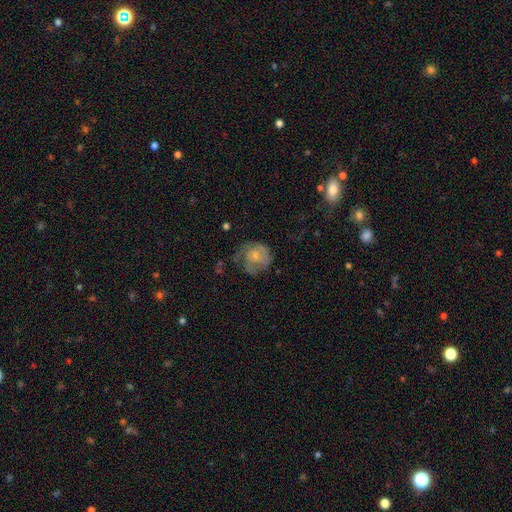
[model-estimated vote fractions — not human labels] The model was most divided on "bulge size": small: 46%, moderate: 39%, none: 10%, large: 4%, dominant: 1%. More confident: edge-on disk — no (98%); spiral arms — yes (78%); bar — no (76%); smooth or featured — featured or disk (54%); merging — none (52%).